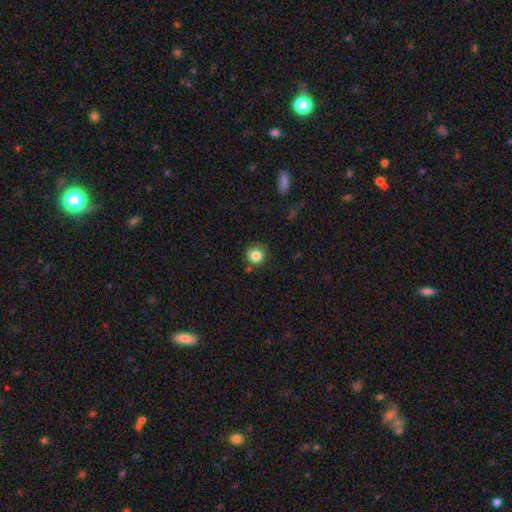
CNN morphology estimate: type=smooth (83%); roundness=round (88%); merging=none (75%).